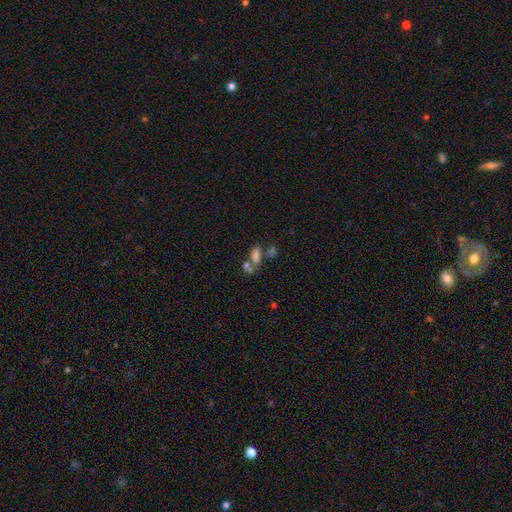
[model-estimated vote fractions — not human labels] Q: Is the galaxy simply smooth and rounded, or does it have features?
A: smooth — 71%.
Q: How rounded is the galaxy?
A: in between — 83%.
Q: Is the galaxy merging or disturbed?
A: merger — 46%.